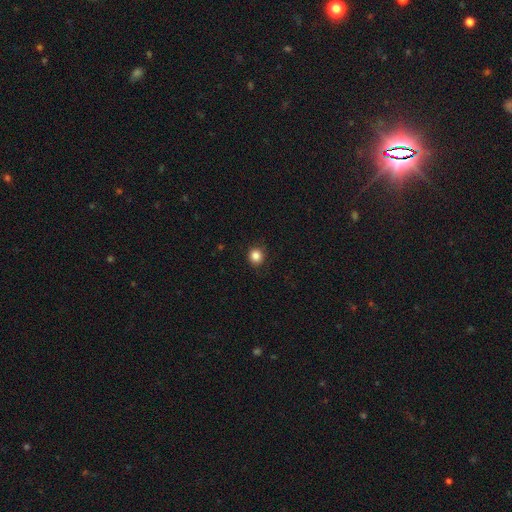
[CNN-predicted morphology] Smooth or featured: smooth — 86% (star or artifact — 11%)
How rounded: round — 90% (in between — 9%)
Merging: none — 89% (minor disturbance — 8%)